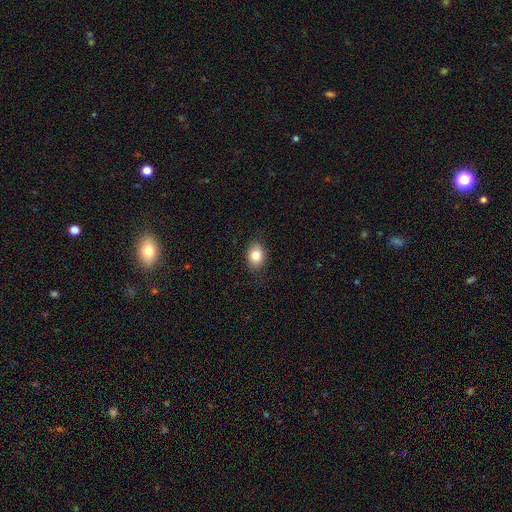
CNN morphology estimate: Q: Smooth or featured?
A: smooth (83%); runner-up: star or artifact (9%)
Q: How rounded?
A: in between (69%); runner-up: round (30%)
Q: Merging?
A: none (83%); runner-up: minor disturbance (13%)